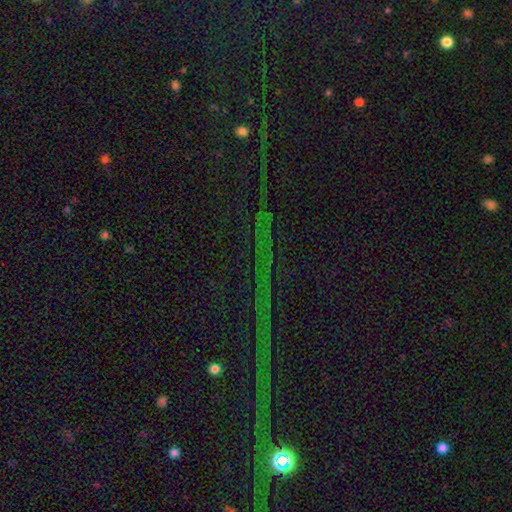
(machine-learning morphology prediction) type=star or artifact (82%).